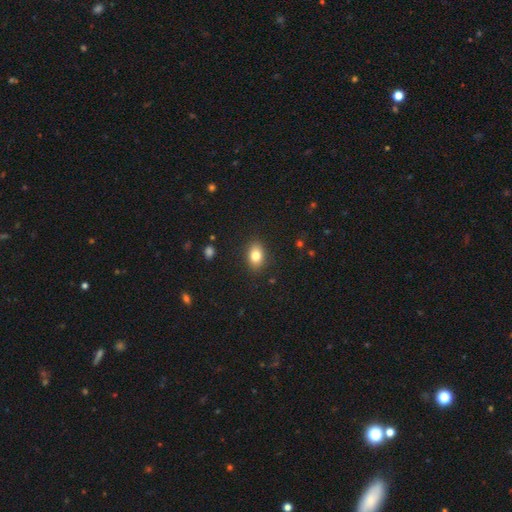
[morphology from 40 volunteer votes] A smooth galaxy with no disk features (95%) that is in between round and cigar-shaped (74%). Merging: none (87%).